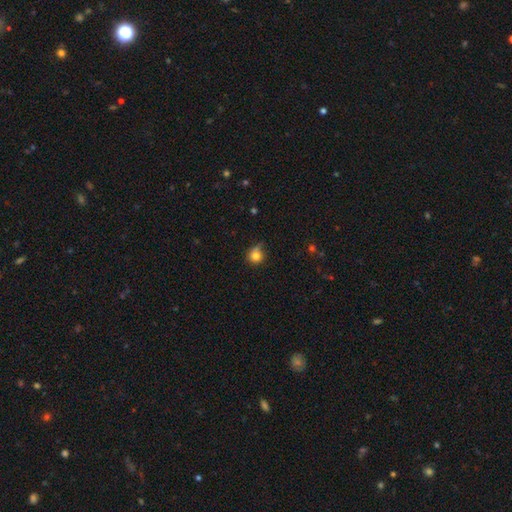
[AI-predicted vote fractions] Overall: smooth (81%). How rounded: round (86%). Merging: none (56%; minor disturbance 31%).